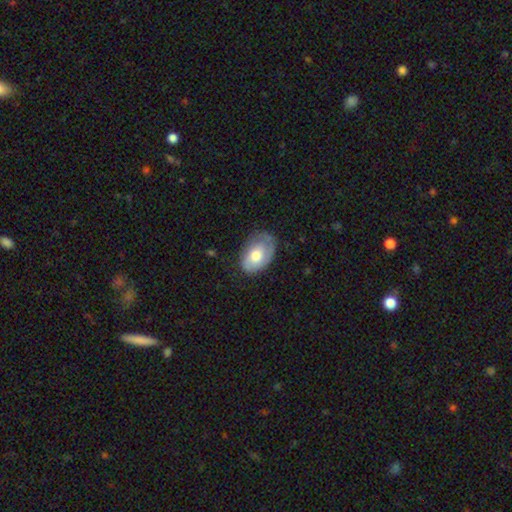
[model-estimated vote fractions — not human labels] smooth 64%, featured or disk 30%, star or artifact 6%. Down the decision tree: how rounded — in between (87%); merging — none (59%).